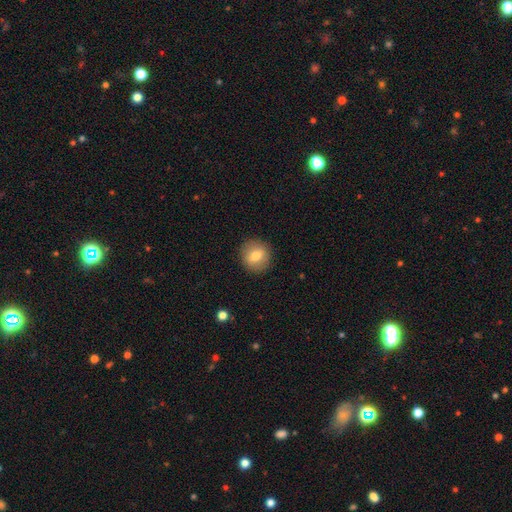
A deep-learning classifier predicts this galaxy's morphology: This appears to be a smooth galaxy with no disk features (72%) that is round (85%). Merging: none (90%).